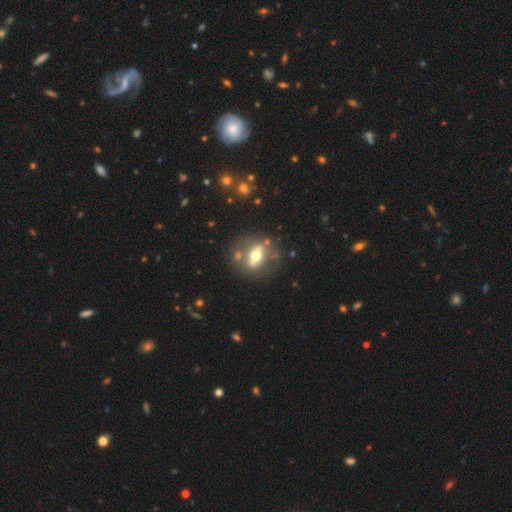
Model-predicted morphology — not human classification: Smooth or featured?
  - featured or disk: 55% *
  - smooth: 36%
  - star or artifact: 9%
Edge-on disk?
  - no: 68% *
  - yes: 32%
Merging?
  - none: 64% *
  - minor disturbance: 16%
  - merger: 10%
  - major disturbance: 9%